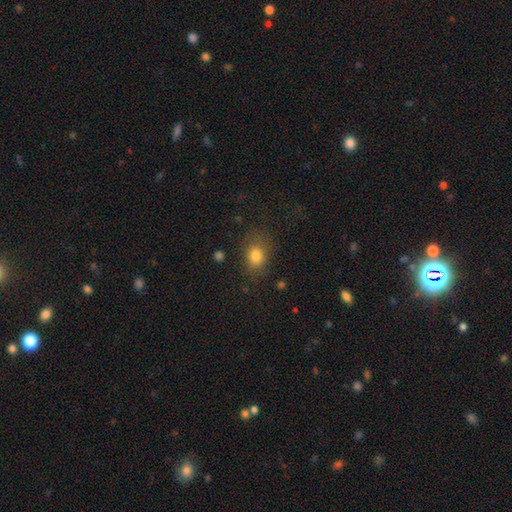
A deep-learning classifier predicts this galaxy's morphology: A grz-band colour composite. It shows a smooth galaxy with no disk features (80%) that is in between round and cigar-shaped (57%). Merging: none (75%).